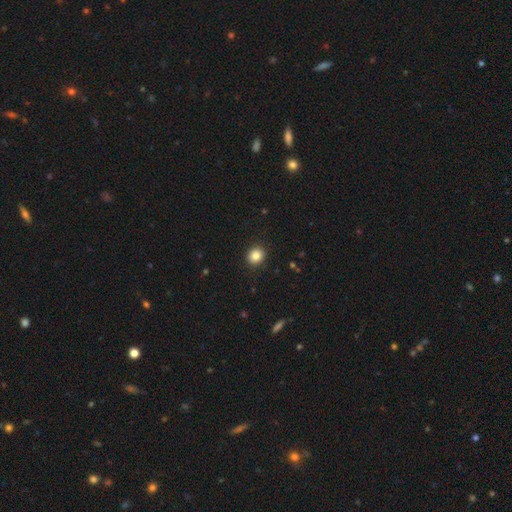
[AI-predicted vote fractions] The model was most divided on "how rounded": round: 78%, in between: 21%, cigar-shaped: 1%. More confident: merging — none (91%); smooth or featured — smooth (84%).